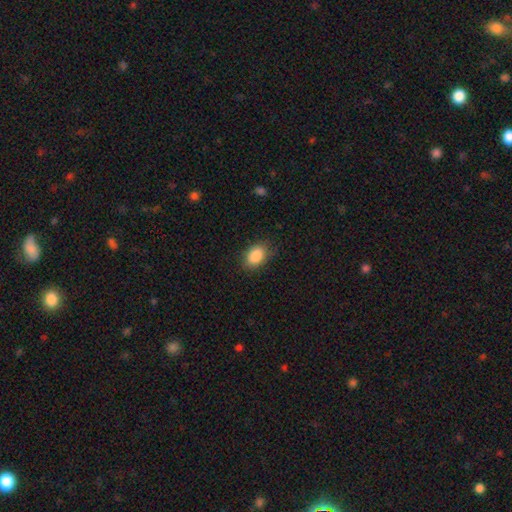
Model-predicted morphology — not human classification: This appears to be a smooth galaxy with no disk features (88%) that is in between round and cigar-shaped (84%). Merging: none (82%).